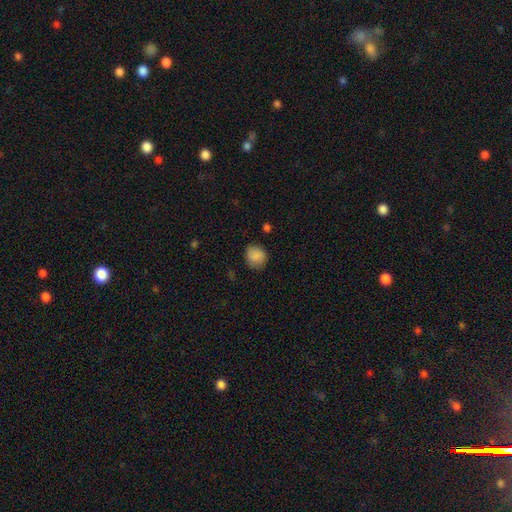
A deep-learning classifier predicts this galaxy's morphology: Smooth or featured?
  - smooth: 87% *
  - star or artifact: 8%
  - featured or disk: 4%
How rounded?
  - round: 78% *
  - in between: 21%
  - cigar-shaped: 1%
Merging?
  - none: 80% *
  - minor disturbance: 15%
  - major disturbance: 3%
  - merger: 1%